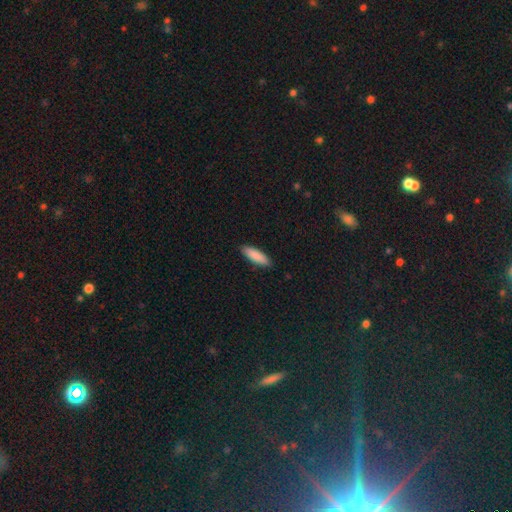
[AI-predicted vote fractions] Smooth or featured?
  - smooth: 88% *
  - featured or disk: 6%
  - star or artifact: 5%
How rounded?
  - cigar-shaped: 54% *
  - in between: 44%
  - round: 1%
Merging?
  - none: 88% *
  - minor disturbance: 9%
  - major disturbance: 2%
  - merger: 1%